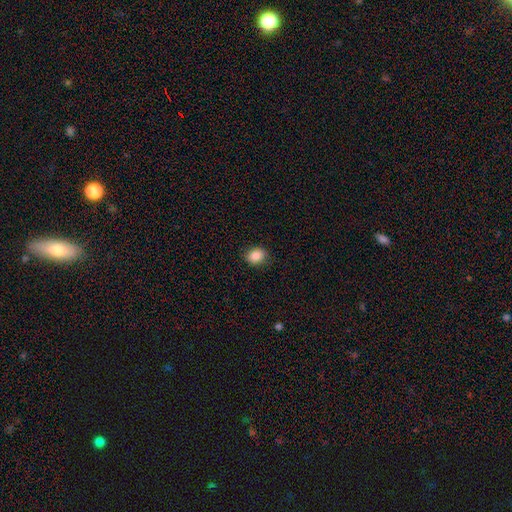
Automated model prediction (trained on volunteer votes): smooth_or_featured: smooth (p=0.87) [alt: star or artifact p=0.09]
how_rounded: round (p=0.60) [alt: in between p=0.40]
merging: none (p=0.87) [alt: minor disturbance p=0.10]